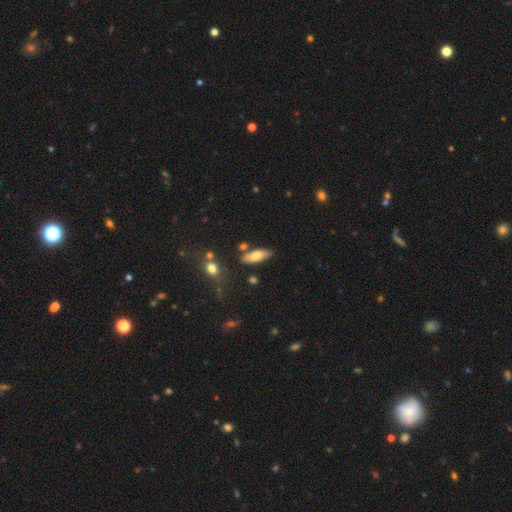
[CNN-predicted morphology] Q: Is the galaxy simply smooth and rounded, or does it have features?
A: smooth — 75%.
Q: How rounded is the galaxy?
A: in between — 67%.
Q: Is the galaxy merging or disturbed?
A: none — 74%.